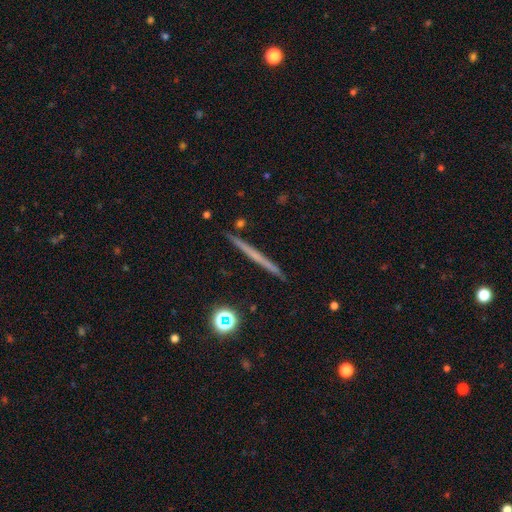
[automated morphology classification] This is possibly a featured or disk galaxy (53%). It is clearly viewed edge-on (97%). Edge-on bulge: clearly none (89%). Merging: clearly none (92%).